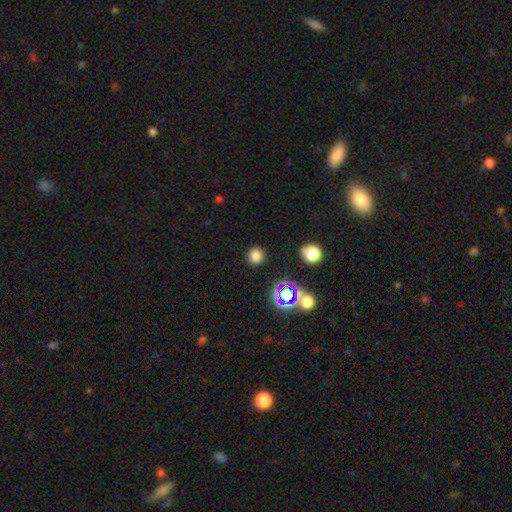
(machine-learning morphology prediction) The model was most divided on "smooth or featured": smooth: 76%, star or artifact: 19%, featured or disk: 5%. More confident: how rounded — round (92%); merging — none (89%).